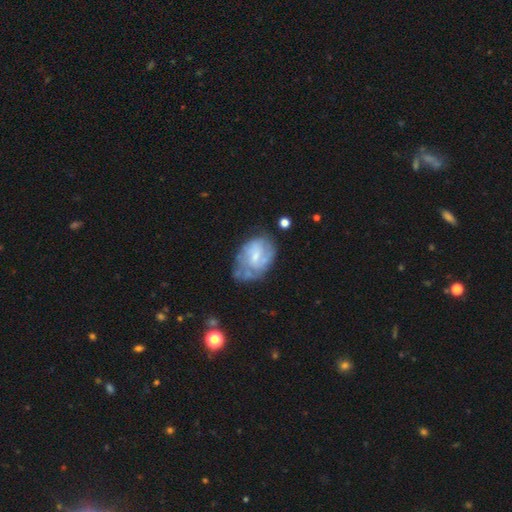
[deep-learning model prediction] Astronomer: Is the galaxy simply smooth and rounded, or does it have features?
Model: featured or disk — 66%.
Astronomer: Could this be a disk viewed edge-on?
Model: no — 97%.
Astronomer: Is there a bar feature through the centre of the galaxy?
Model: weak — 49% (runner-up: no, 43%).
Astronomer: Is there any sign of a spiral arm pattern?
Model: yes — 76%.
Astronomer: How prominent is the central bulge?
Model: small — 57%.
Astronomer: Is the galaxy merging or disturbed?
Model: none — 52% (runner-up: minor disturbance, 29%).